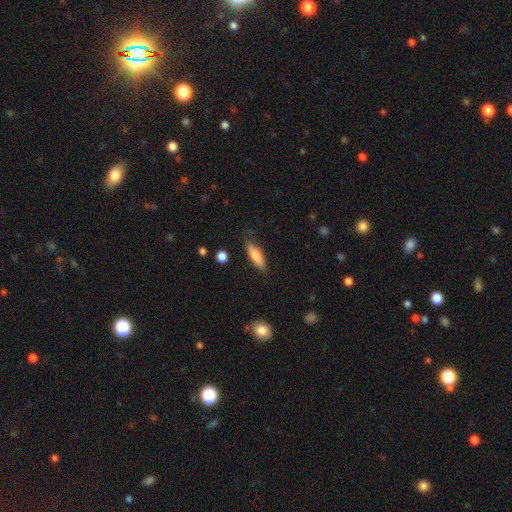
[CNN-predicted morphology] smooth 78%, featured or disk 16%, star or artifact 6%. Down the decision tree: how rounded — cigar-shaped (50%); merging — none (81%).